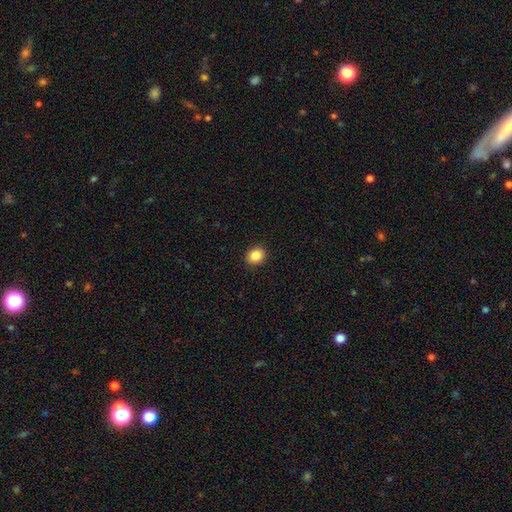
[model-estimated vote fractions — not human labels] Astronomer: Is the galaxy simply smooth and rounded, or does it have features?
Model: smooth — 87%.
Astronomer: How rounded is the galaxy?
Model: round — 62%.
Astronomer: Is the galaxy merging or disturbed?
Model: none — 92%.